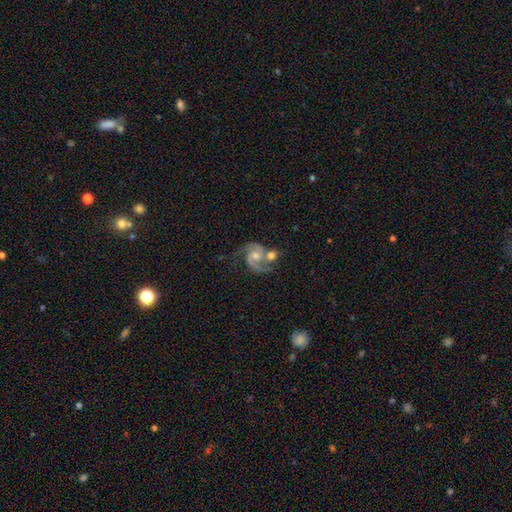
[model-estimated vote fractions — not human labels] This is clearly a featured or disk galaxy (88%). It is clearly not viewed edge-on (98%). Bar: likely no (62%). Spiral arm pattern: clearly yes (97%). Spiral arm count: clearly 2 (90%). Spiral winding: possibly medium (59%). Central bulge: possibly moderate (55%). Merging: possibly none (48%).